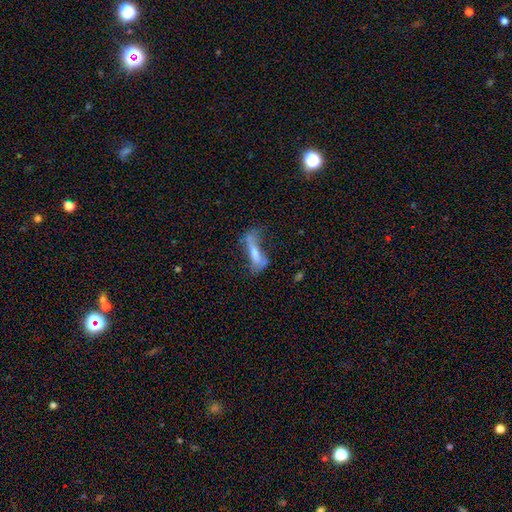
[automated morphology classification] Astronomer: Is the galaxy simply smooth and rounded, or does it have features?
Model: featured or disk — 51% (runner-up: smooth, 38%).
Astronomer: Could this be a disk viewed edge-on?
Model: no — 60% (runner-up: yes, 40%).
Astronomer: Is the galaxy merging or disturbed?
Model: none — 36% (runner-up: major disturbance, 32%).